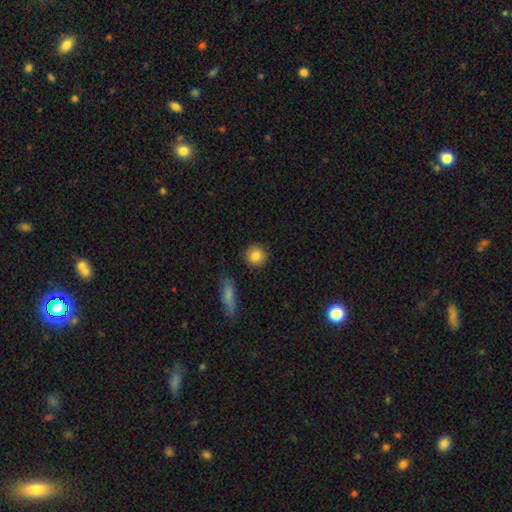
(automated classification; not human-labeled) This is clearly a smooth galaxy (84%). How rounded: clearly round (90%). Merging: clearly none (88%).